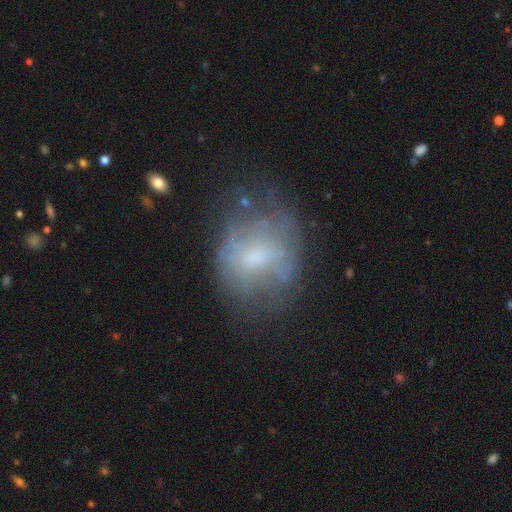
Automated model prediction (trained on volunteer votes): This appears to be a featured or disk galaxy (44%, tied with smooth). Merging: none (49%).